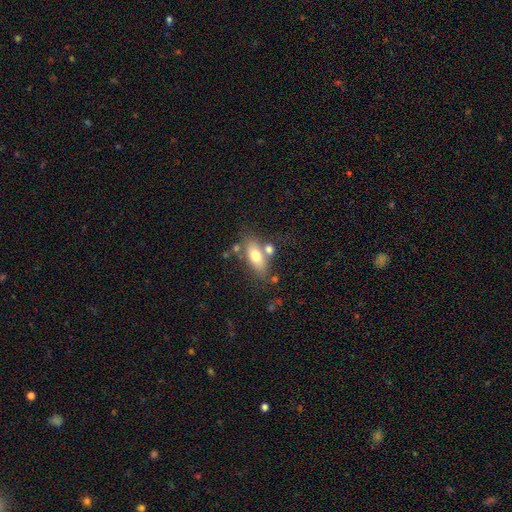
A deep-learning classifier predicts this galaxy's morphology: type=smooth (70%); roundness=in between (79%); merging=none (58%).